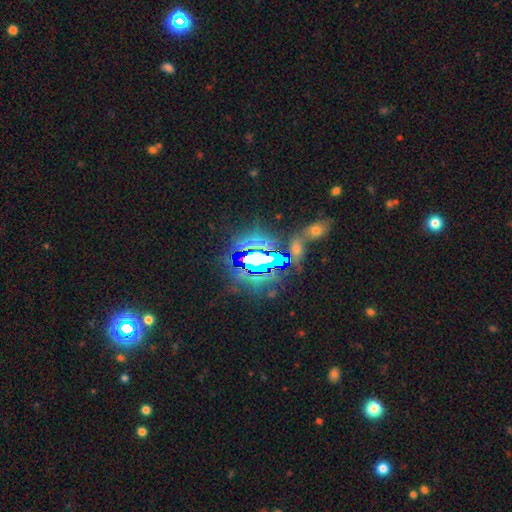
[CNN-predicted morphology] Overall: star or artifact (76%).